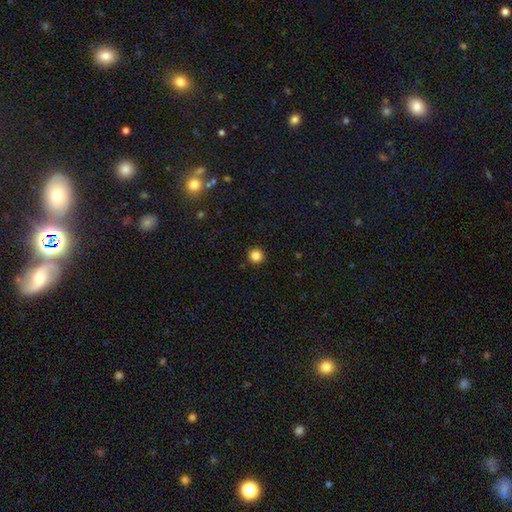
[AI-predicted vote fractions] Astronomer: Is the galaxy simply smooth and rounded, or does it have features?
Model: smooth — 84%.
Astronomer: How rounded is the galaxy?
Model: round — 96%.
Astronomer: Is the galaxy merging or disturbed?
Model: none — 93%.